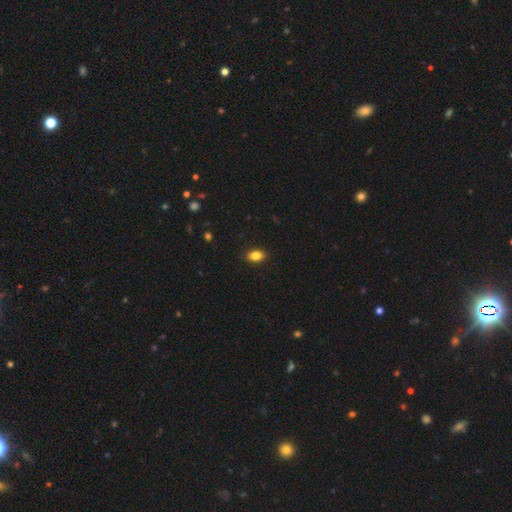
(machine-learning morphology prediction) smooth-or-featured: smooth: 85% | star or artifact: 9% | featured or disk: 6%
  how-rounded: in between: 85% | round: 12% | cigar-shaped: 2%
  merging: none: 89% | minor disturbance: 8% | major disturbance: 2% | merger: 1%